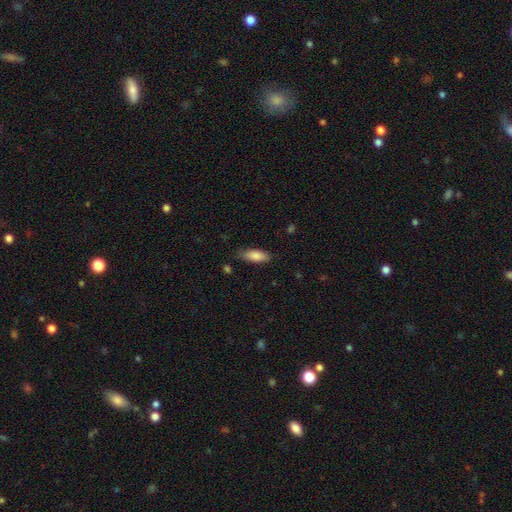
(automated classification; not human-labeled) Smooth or featured? Predicted: smooth (p=0.86). How rounded? Predicted: in between (p=0.75). Merging? Predicted: none (p=0.78).